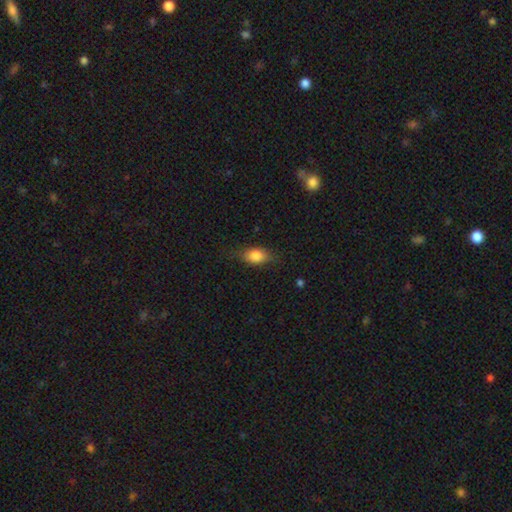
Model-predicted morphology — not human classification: Smooth or featured?
  - smooth: 81% *
  - featured or disk: 11%
  - star or artifact: 8%
How rounded?
  - in between: 80% *
  - round: 15%
  - cigar-shaped: 5%
Merging?
  - none: 73% *
  - minor disturbance: 21%
  - major disturbance: 6%
  - merger: 1%